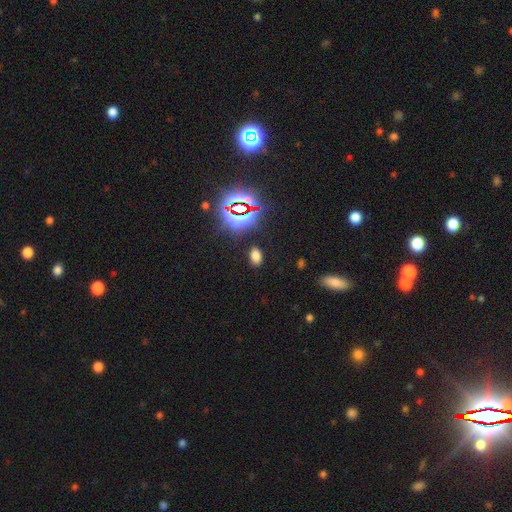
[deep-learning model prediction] A smooth galaxy with no disk features (66%) that is in between round and cigar-shaped (88%). Merging: none (87%).